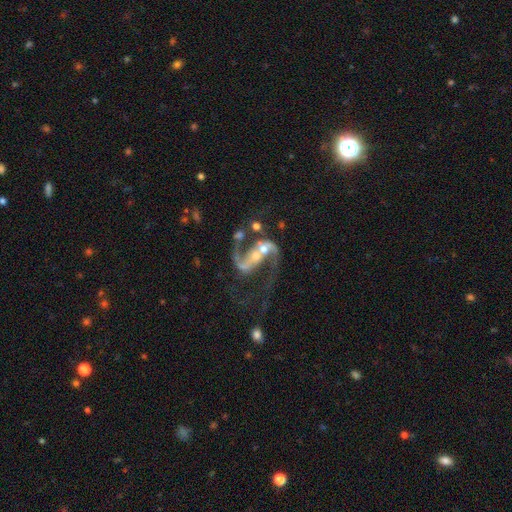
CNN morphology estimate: Q: Smooth or featured?
A: featured or disk (87%); runner-up: star or artifact (7%)
Q: Edge-on disk?
A: no (98%); runner-up: yes (2%)
Q: Bar?
A: no (39%); runner-up: weak (34%)
Q: Spiral arms?
A: yes (94%); runner-up: no (6%)
Q: Spiral winding?
A: loose (63%); runner-up: medium (31%)
Q: Spiral arm count?
A: 2 (85%); runner-up: 1 (8%)
Q: Bulge size?
A: small (44%); tied with: moderate (44%)
Q: Merging?
A: merger (35%); runner-up: none (31%)